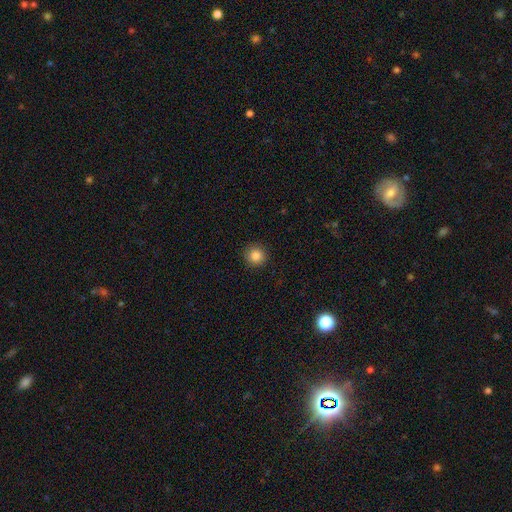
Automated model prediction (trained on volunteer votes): Overall: smooth (86%). How rounded: round (94%). Merging: none (92%).